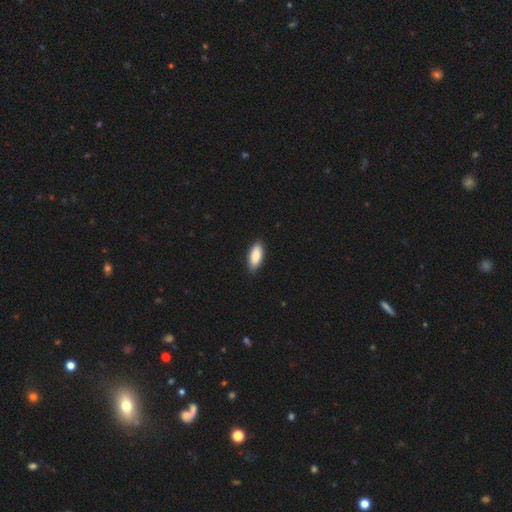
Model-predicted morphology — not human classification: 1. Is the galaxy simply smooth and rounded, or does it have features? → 87% smooth, 7% featured or disk, 6% star or artifact.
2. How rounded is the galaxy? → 83% in between, 15% cigar-shaped, 2% round.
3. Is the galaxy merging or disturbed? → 87% none, 10% minor disturbance, 2% major disturbance, 1% merger.